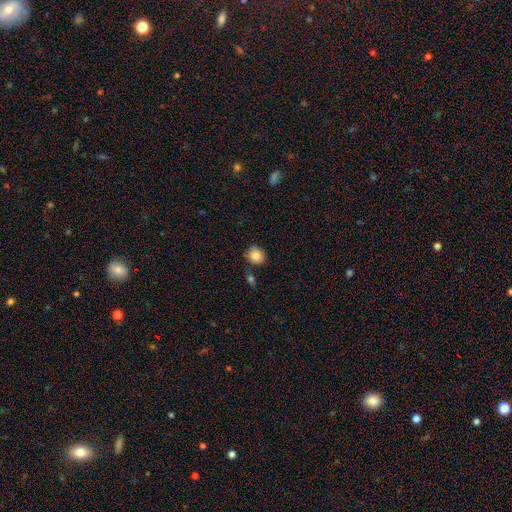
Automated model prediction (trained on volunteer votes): A smooth galaxy with no disk features (83%) that is round (80%).

Vote fractions:
- Smooth or featured? smooth: 83% / star or artifact: 9% / featured or disk: 8%
- How rounded? round: 80% / in between: 19% / cigar-shaped: 1%
- Merging? none: 79% / minor disturbance: 12% / merger: 6% / major disturbance: 3%